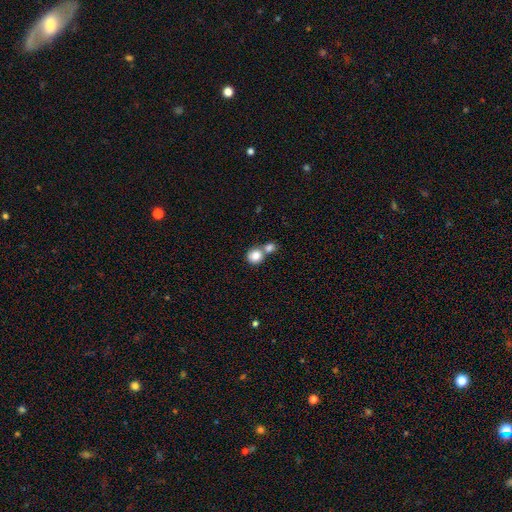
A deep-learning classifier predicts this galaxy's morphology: smooth-or-featured: smooth: 83% | star or artifact: 9% | featured or disk: 8%
  how-rounded: round: 86% | in between: 13% | cigar-shaped: 1%
  merging: merger: 48% | none: 43% | minor disturbance: 6% | major disturbance: 3%